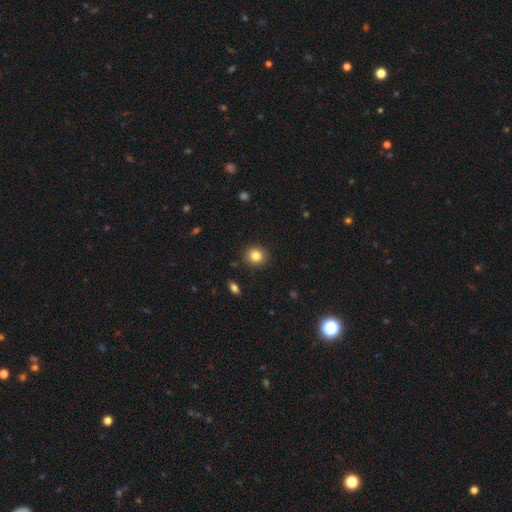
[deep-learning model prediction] This is clearly a smooth galaxy (84%). How rounded: clearly round (86%). Merging: clearly none (89%).